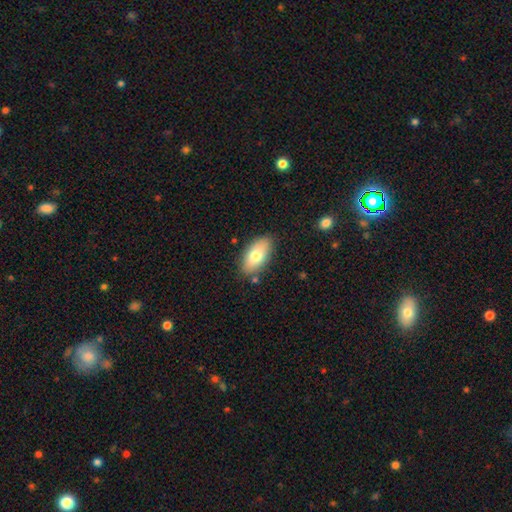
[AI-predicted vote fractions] Smooth or featured? Predicted: smooth (p=0.74). How rounded? Predicted: in between (p=0.92). Merging? Predicted: none (p=0.83).